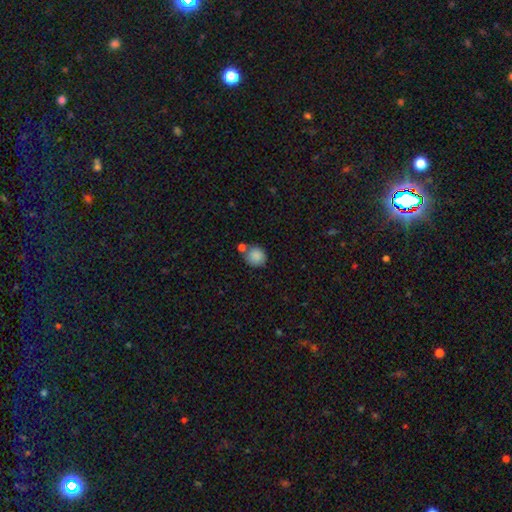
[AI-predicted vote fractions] smooth-or-featured: smooth: 87% | star or artifact: 8% | featured or disk: 5%
  how-rounded: round: 87% | in between: 12% | cigar-shaped: 1%
  merging: none: 64% | merger: 18% | minor disturbance: 13% | major disturbance: 4%